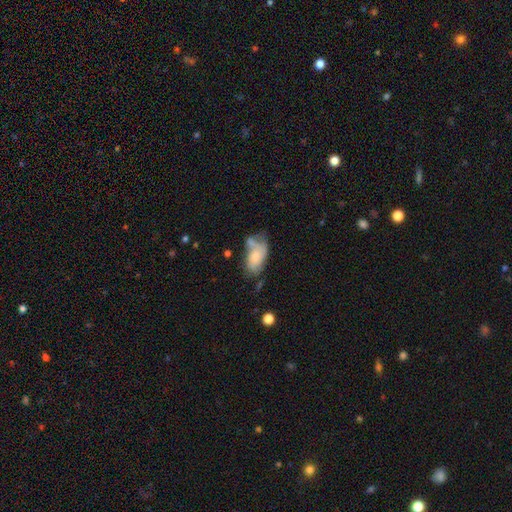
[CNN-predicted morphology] smooth-or-featured: smooth: 65% | featured or disk: 28% | star or artifact: 7%
  how-rounded: in between: 92% | round: 4% | cigar-shaped: 3%
  merging: none: 30% | minor disturbance: 29% | major disturbance: 21% | merger: 20%